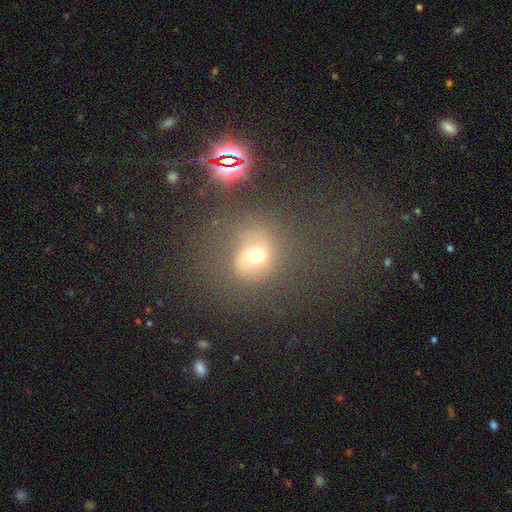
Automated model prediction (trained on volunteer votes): Morphology: type=smooth (58%); roundness=round (74%); merging=none (60%).